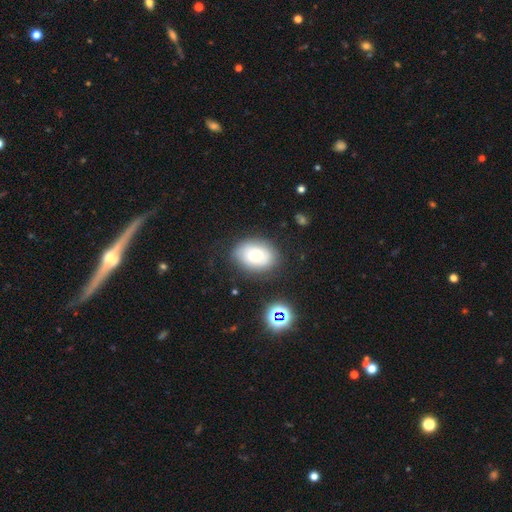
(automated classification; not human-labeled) Smooth or featured? Predicted: smooth (p=0.65). How rounded? Predicted: in between (p=0.76). Merging? Predicted: none (p=0.78).